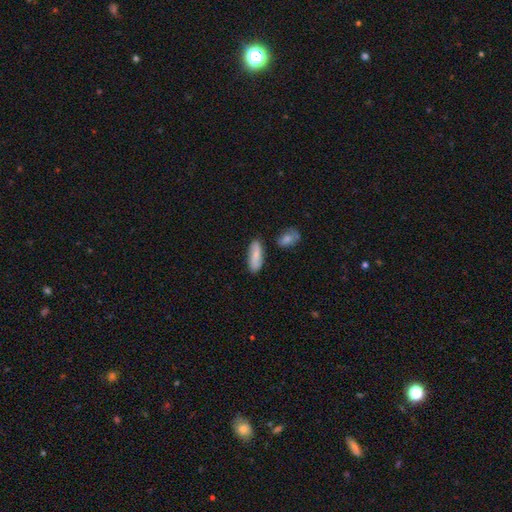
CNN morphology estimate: smooth-or-featured: smooth: 79% | featured or disk: 15% | star or artifact: 6%
  how-rounded: in between: 68% | cigar-shaped: 29% | round: 2%
  merging: none: 76% | minor disturbance: 15% | merger: 5% | major disturbance: 3%